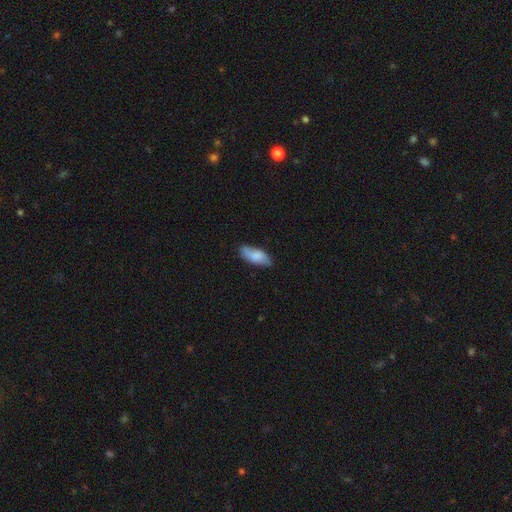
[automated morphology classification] Smooth or featured?
  - smooth: 76% *
  - featured or disk: 18%
  - star or artifact: 6%
How rounded?
  - in between: 81% *
  - cigar-shaped: 17%
  - round: 2%
Merging?
  - none: 76% *
  - minor disturbance: 19%
  - major disturbance: 3%
  - merger: 1%